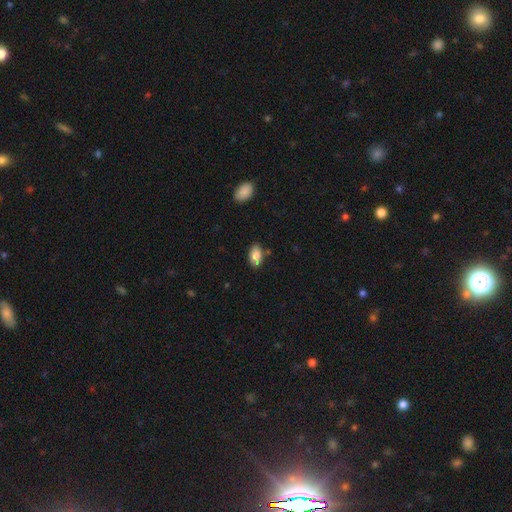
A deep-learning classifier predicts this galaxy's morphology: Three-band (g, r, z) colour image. It shows a smooth galaxy with no disk features (85%) that is in between round and cigar-shaped (92%). Merging: none (73%).